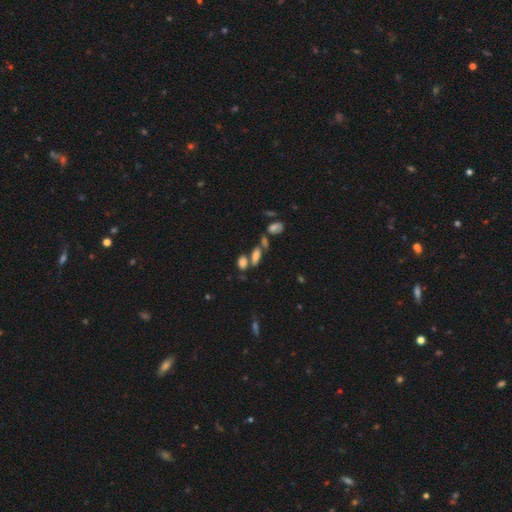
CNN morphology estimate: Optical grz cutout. It shows a smooth galaxy with no disk features (71%) that is in between round and cigar-shaped (72%). Merging: none (53%).